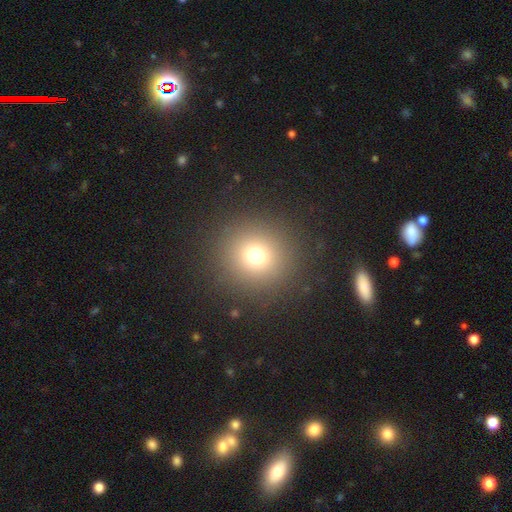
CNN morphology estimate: Smooth or featured? smooth (71%)
How rounded? round (94%)
Merging? none (89%)